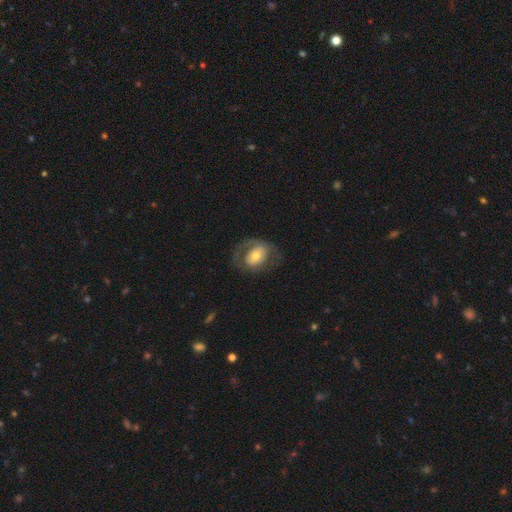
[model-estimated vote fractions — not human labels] The model was most divided on "spiral arms": no: 55%, yes: 45%. More confident: edge-on disk — no (95%); bulge size — moderate (63%); bar — no (62%); merging — none (59%); smooth or featured — featured or disk (53%).